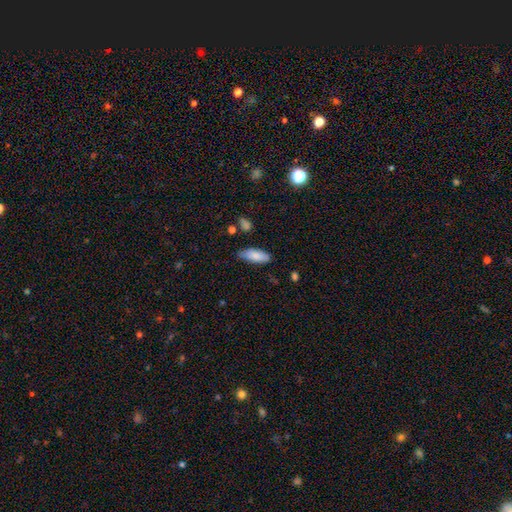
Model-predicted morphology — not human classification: Smooth or featured? Predicted: smooth (p=0.85). How rounded? Predicted: in between (p=0.75). Merging? Predicted: none (p=0.76).